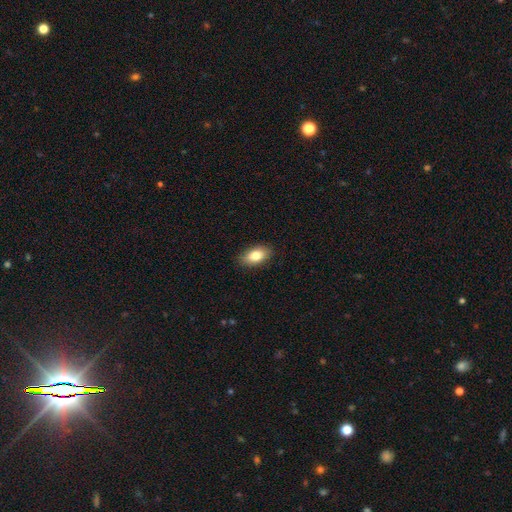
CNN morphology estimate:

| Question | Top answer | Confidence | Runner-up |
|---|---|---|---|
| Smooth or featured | smooth | 81% | featured or disk (12%) |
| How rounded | in between | 90% | round (5%) |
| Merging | none | 88% | minor disturbance (9%) |